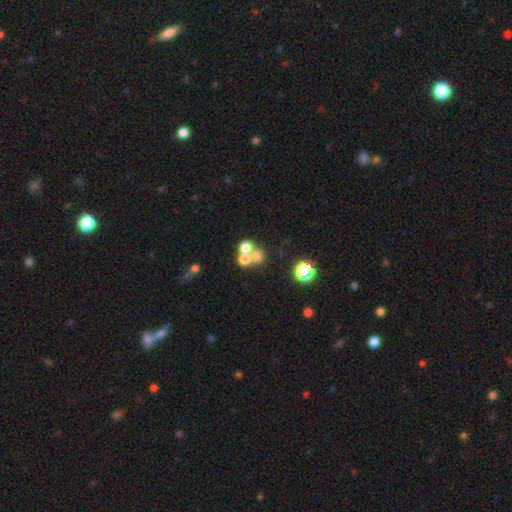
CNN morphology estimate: A smooth galaxy with no disk features (64%) that is round (85%).

Vote fractions:
- Smooth or featured? smooth: 64% / star or artifact: 20% / featured or disk: 16%
- How rounded? round: 85% / in between: 14% / cigar-shaped: 1%
- Merging? merger: 49% / none: 41% / minor disturbance: 6% / major disturbance: 4%